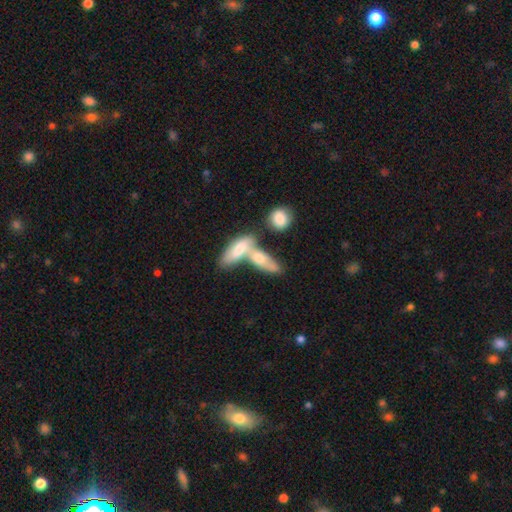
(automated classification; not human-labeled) Q: Smooth or featured?
A: smooth (56%); runner-up: featured or disk (35%)
Q: How rounded?
A: in between (52%); runner-up: cigar-shaped (43%)
Q: Merging?
A: merger (52%); runner-up: none (32%)